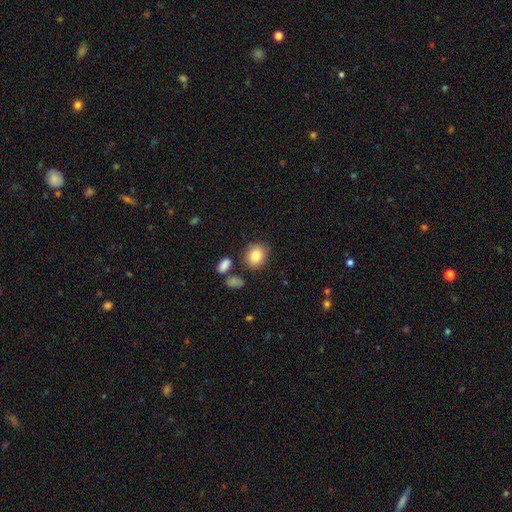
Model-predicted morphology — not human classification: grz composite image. It shows a smooth galaxy with no disk features (83%) that is round (72%). Merging: none (80%).